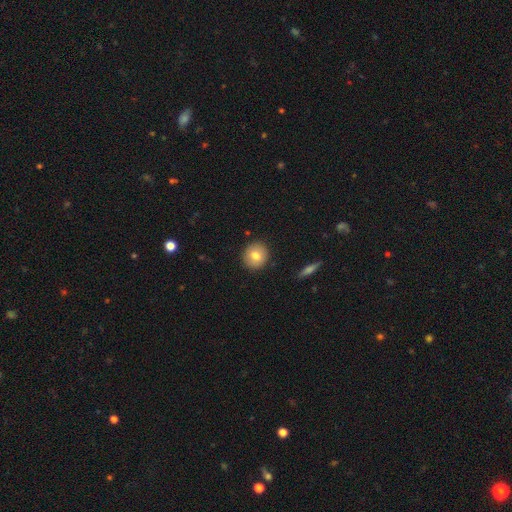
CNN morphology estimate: Smooth or featured: smooth — 77% (featured or disk — 15%)
How rounded: round — 87% (in between — 12%)
Merging: none — 90% (minor disturbance — 6%)